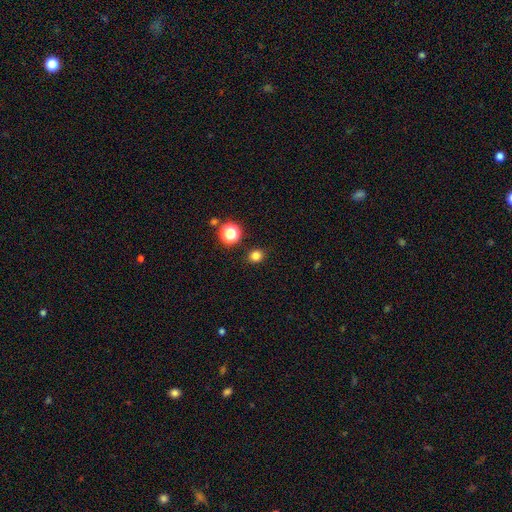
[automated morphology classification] This appears to be a smooth galaxy with no disk features (80%) that is round (74%). Merging: none (89%).